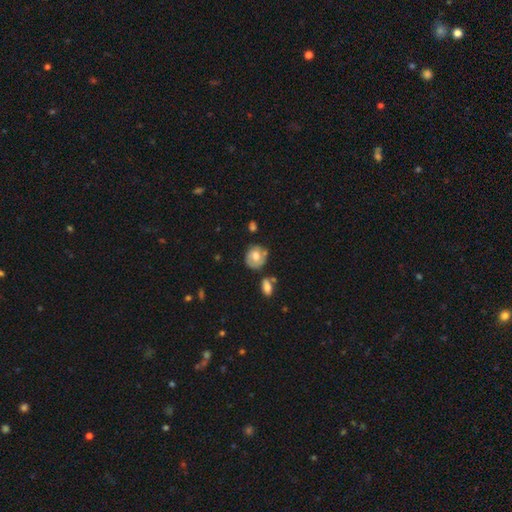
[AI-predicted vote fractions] Smooth or featured?
  - smooth: 56% *
  - featured or disk: 37%
  - star or artifact: 8%
How rounded?
  - round: 72% *
  - in between: 27%
  - cigar-shaped: 1%
Merging?
  - none: 60% *
  - minor disturbance: 24%
  - merger: 9%
  - major disturbance: 7%